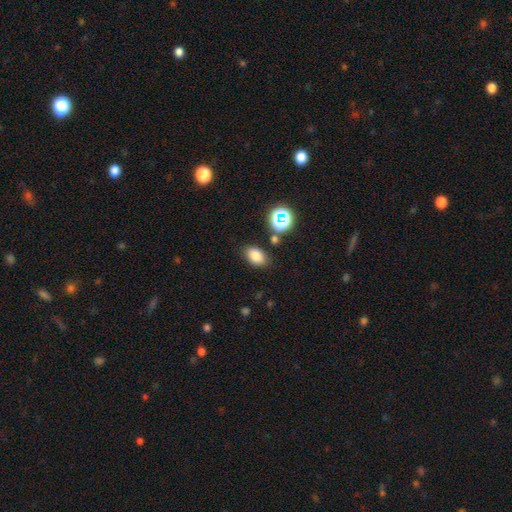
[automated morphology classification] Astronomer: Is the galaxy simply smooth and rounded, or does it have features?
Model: smooth — 79%.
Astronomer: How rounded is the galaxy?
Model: in between — 84%.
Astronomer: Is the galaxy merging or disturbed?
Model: none — 81%.